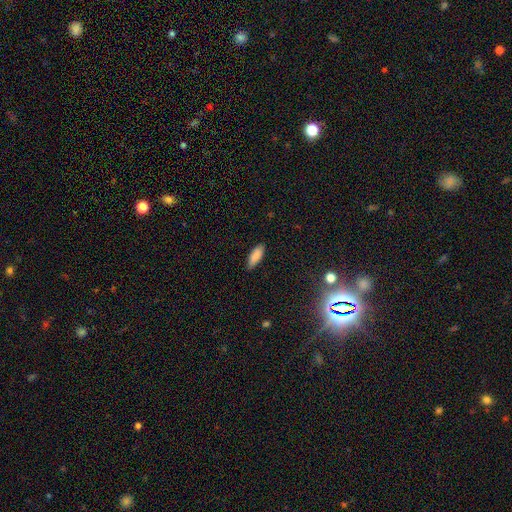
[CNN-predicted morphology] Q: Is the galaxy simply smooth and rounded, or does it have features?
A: smooth — 87%.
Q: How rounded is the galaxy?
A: in between — 66%.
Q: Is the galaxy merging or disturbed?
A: none — 86%.